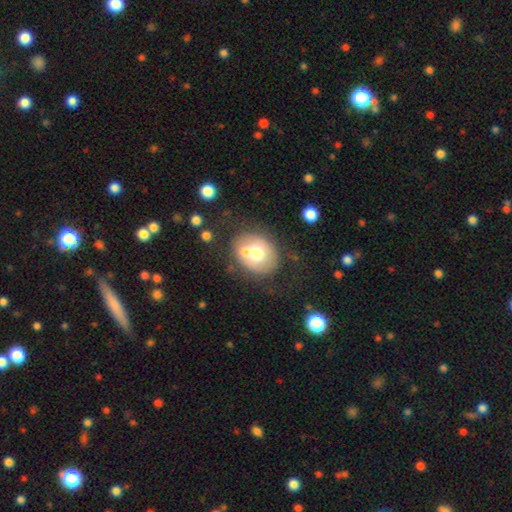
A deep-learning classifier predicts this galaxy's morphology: Smooth or featured: smooth — 56% (featured or disk — 33%)
How rounded: round — 63% (in between — 36%)
Merging: none — 55% (merger — 19%)